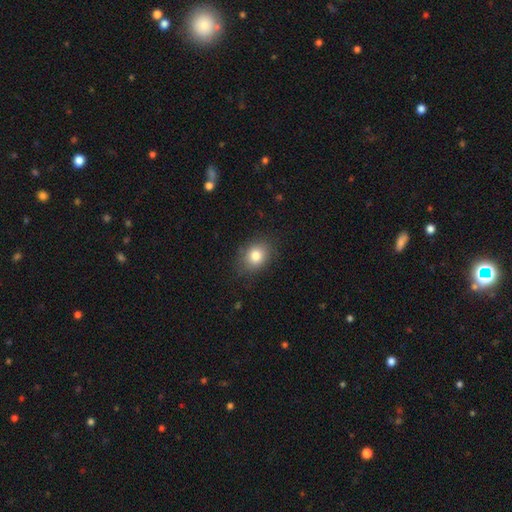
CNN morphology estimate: Q: Smooth or featured?
A: smooth (81%); runner-up: star or artifact (10%)
Q: How rounded?
A: in between (52%); runner-up: round (48%)
Q: Merging?
A: none (83%); runner-up: minor disturbance (13%)